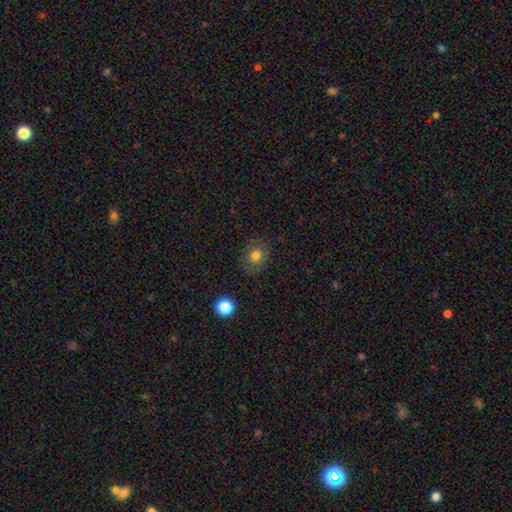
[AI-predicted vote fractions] Overall: smooth (76%). How rounded: round (69%; in between 30%). Merging: none (81%).